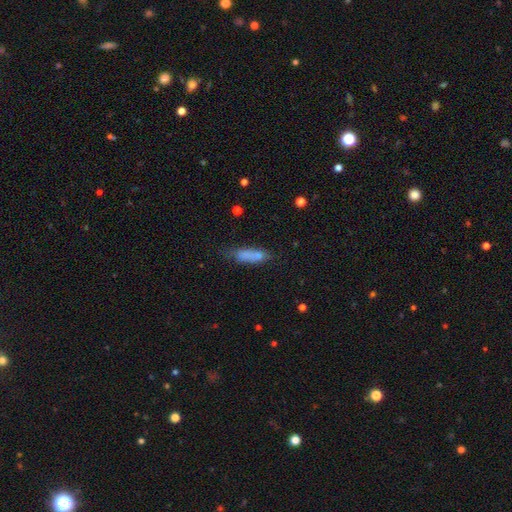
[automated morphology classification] Smooth or featured? Predicted: smooth (p=0.72). How rounded? Predicted: cigar-shaped (p=0.65). Merging? Predicted: none (p=0.58).